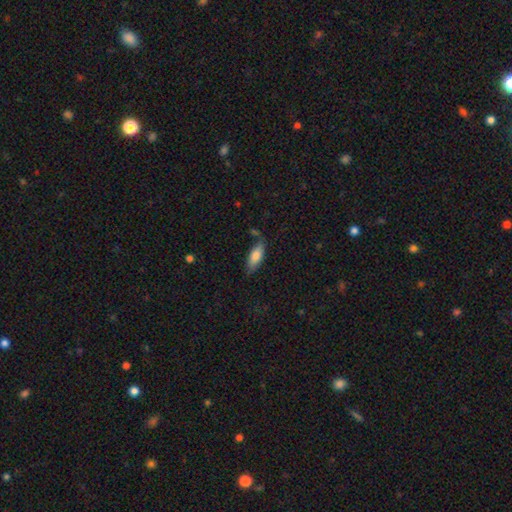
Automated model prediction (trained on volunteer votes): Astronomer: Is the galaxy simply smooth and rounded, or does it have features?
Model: smooth — 79%.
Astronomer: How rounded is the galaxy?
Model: in between — 71%.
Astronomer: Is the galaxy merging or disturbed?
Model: none — 70%.